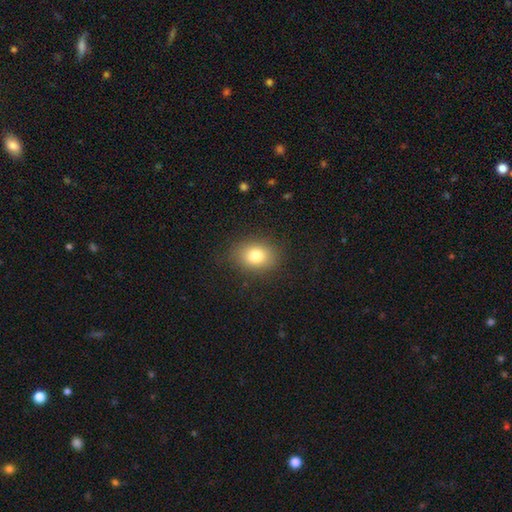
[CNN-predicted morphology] This appears to be a smooth galaxy with no disk features (79%) that is in between round and cigar-shaped (57%). Merging: none (86%).